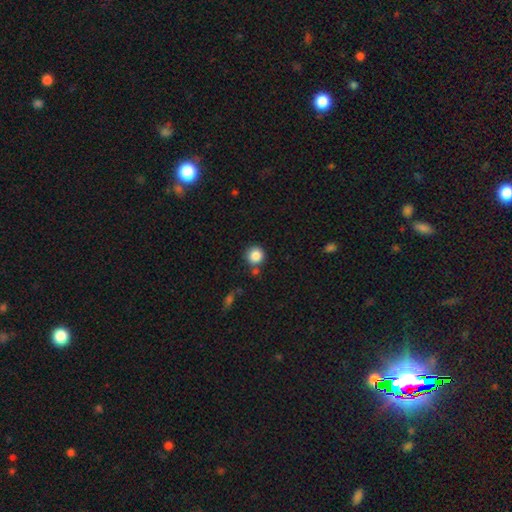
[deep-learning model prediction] This is clearly a smooth galaxy (86%). How rounded: clearly round (93%). Merging: likely none (76%).